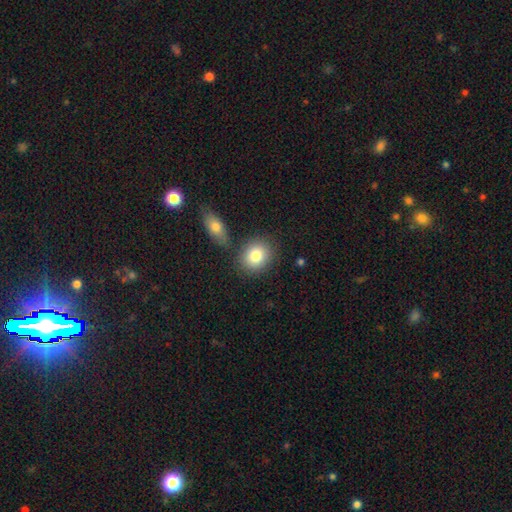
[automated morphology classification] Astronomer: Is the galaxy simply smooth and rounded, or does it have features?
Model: smooth — 82%.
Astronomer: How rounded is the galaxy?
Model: round — 57% (runner-up: in between, 42%).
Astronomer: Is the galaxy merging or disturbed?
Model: none — 73%.